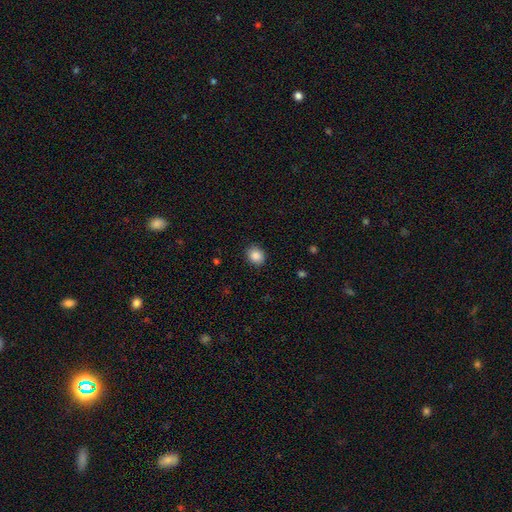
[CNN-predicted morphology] type=smooth (87%); roundness=round (67%); merging=none (89%).